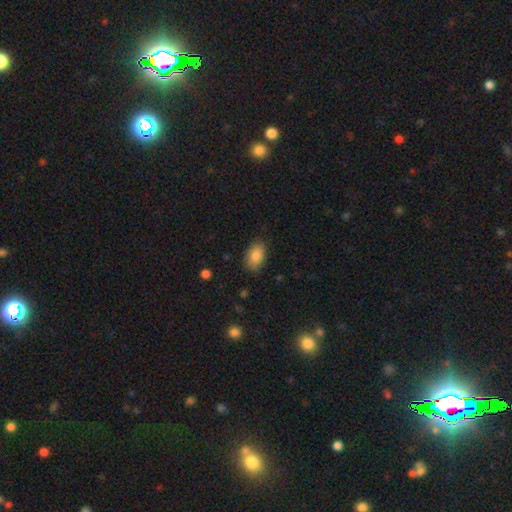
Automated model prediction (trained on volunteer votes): Morphology: type=smooth (86%); roundness=in between (91%); merging=none (84%).